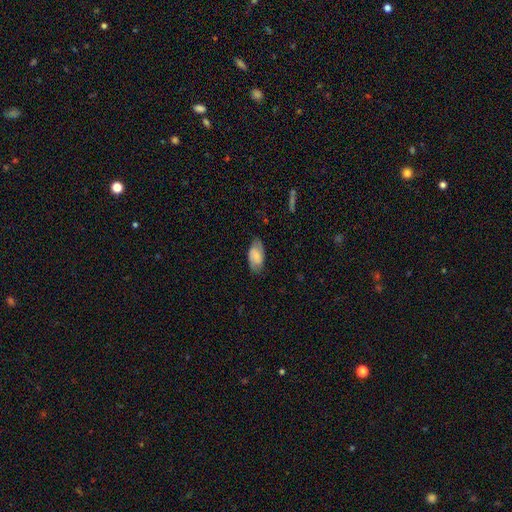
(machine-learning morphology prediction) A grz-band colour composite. It shows a smooth galaxy with no disk features (59%) that is in between round and cigar-shaped (93%). Merging: none (75%).